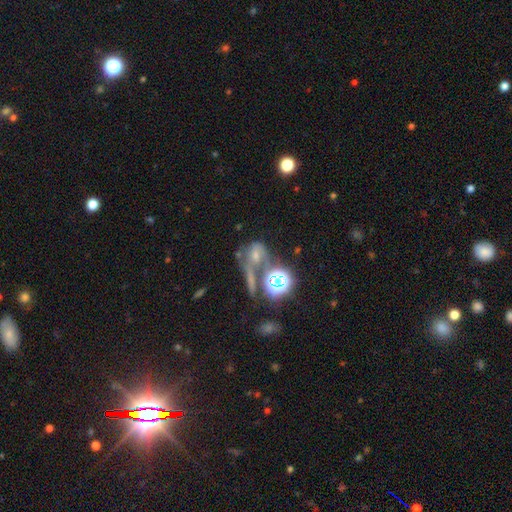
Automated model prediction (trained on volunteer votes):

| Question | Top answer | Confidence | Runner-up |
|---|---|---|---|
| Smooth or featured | smooth | 42% | star or artifact (32%) |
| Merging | merger | 34% | none (33%) |